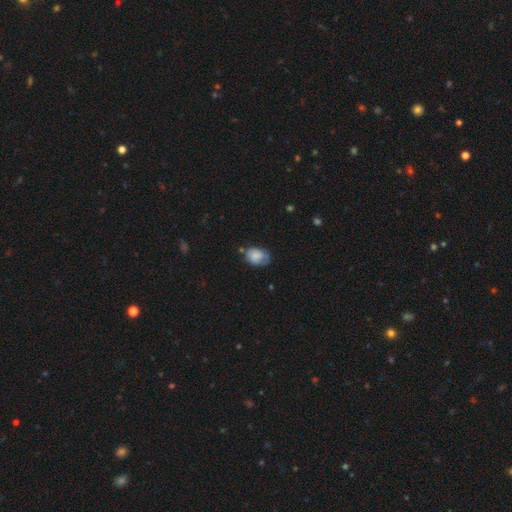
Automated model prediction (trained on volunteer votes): Morphology: type=smooth (71%); roundness=in between (75%); merging=none (50%).